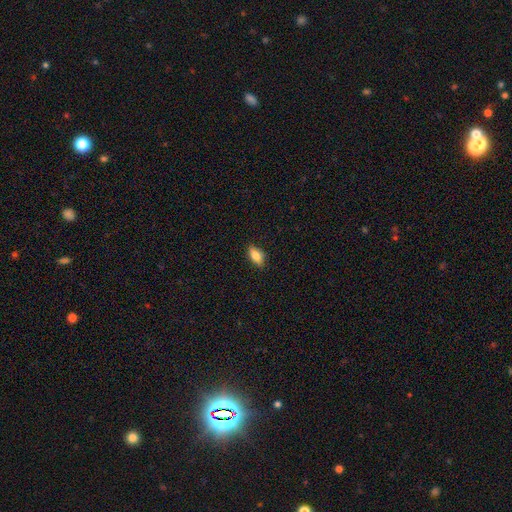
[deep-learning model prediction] Smooth or featured? Predicted: smooth (p=0.80). How rounded? Predicted: in between (p=0.85). Merging? Predicted: none (p=0.84).